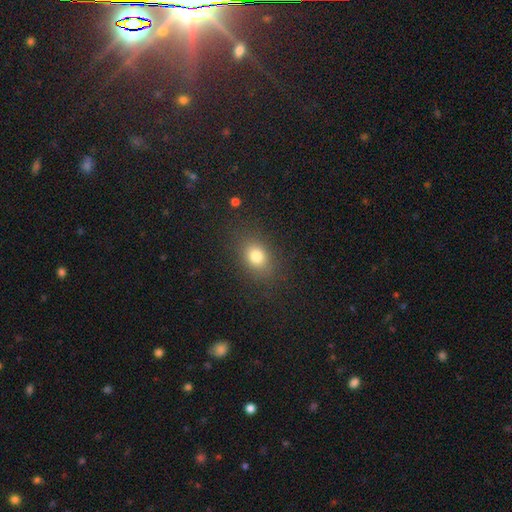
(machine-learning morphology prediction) smooth 79%, star or artifact 12%, featured or disk 9%. Down the decision tree: how rounded — in between (62%); merging — none (84%).